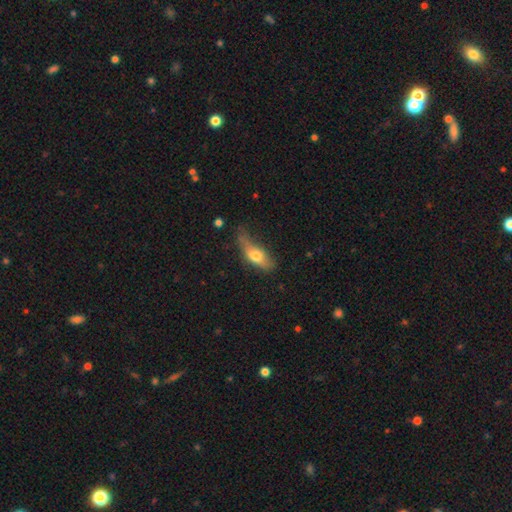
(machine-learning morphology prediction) Smooth or featured: smooth — 63% (featured or disk — 30%)
How rounded: in between — 65% (cigar-shaped — 30%)
Merging: none — 37% (tied with minor disturbance — 37%)